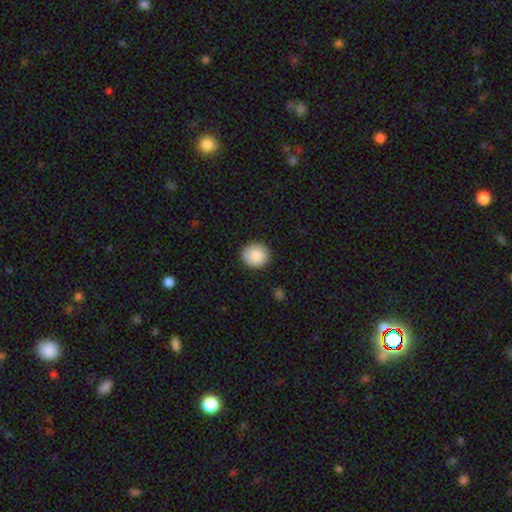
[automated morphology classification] The model was most divided on "how rounded": round: 89%, in between: 10%, cigar-shaped: 1%. More confident: merging — none (90%); smooth or featured — smooth (88%).